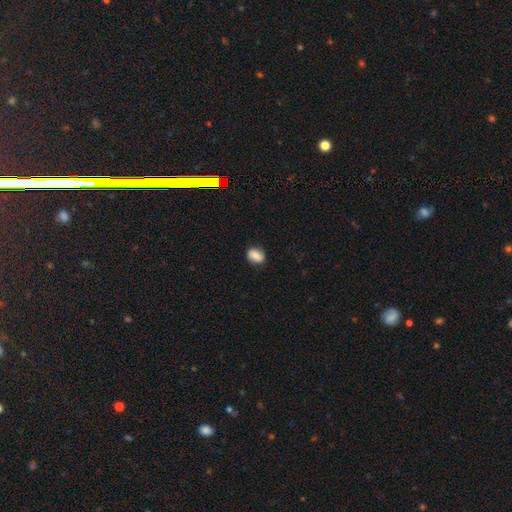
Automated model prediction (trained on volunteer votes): Smooth or featured? Predicted: smooth (p=0.69). How rounded? Predicted: in between (p=0.57). Merging? Predicted: none (p=0.83).